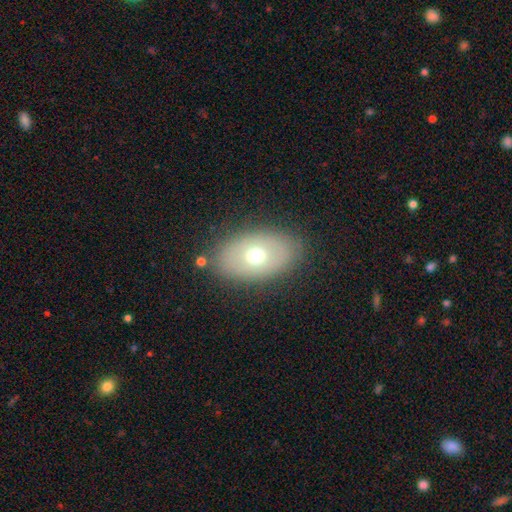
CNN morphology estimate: smooth 62%, featured or disk 28%, star or artifact 9%. Down the decision tree: how rounded — in between (87%); merging — none (83%).